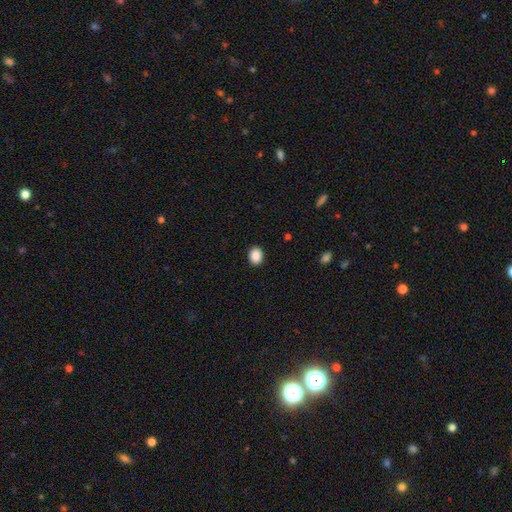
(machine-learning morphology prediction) This appears to be a smooth galaxy with no disk features (89%) that is in between round and cigar-shaped (53%). Merging: none (90%).